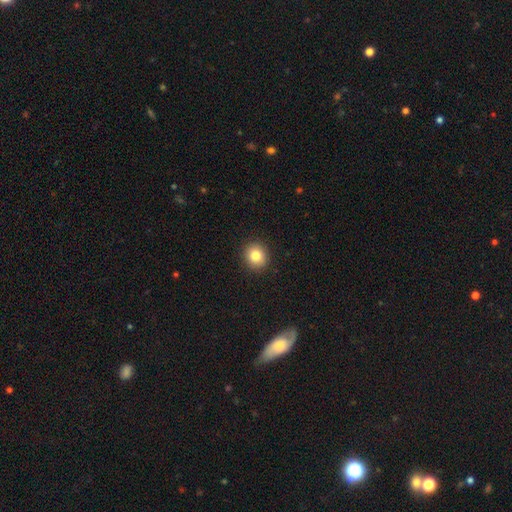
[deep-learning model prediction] smooth-or-featured: smooth: 83% | star or artifact: 10% | featured or disk: 7%
  how-rounded: round: 84% | in between: 15% | cigar-shaped: 1%
  merging: none: 91% | minor disturbance: 6% | major disturbance: 2% | merger: 1%